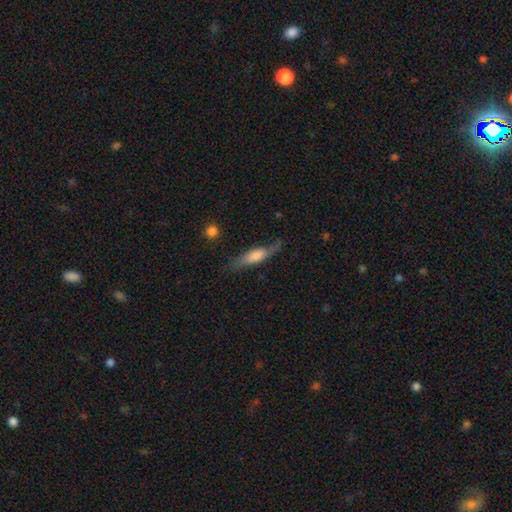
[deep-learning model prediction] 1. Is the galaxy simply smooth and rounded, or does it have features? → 50% smooth, 43% featured or disk, 7% star or artifact.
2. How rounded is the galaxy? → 66% cigar-shaped, 31% in between, 3% round.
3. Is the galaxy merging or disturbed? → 66% none, 23% minor disturbance, 9% major disturbance, 2% merger.